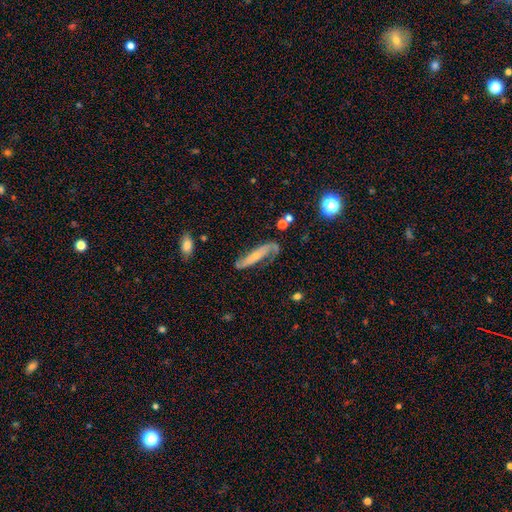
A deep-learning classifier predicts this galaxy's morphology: Smooth or featured? featured or disk (71%)
Edge-on disk? no (76%)
Bar? no (48%)
Spiral arms? yes (90%)
Bulge size? small (65%)
Merging? none (58%)